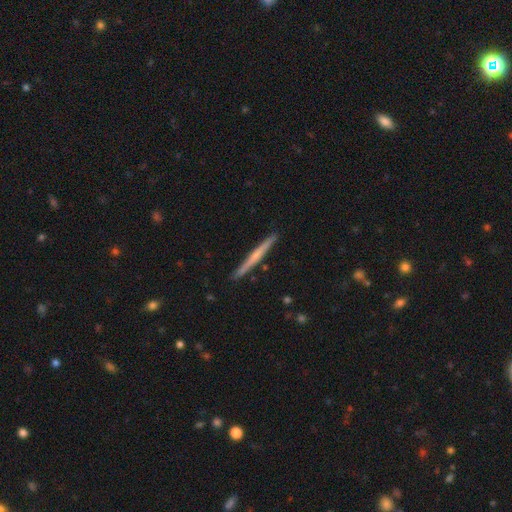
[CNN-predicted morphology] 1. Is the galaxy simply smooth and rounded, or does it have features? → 51% featured or disk, 44% smooth, 5% star or artifact.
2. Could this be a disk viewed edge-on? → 98% yes, 2% no.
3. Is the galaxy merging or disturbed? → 92% none, 6% minor disturbance, 1% merger, 1% major disturbance.